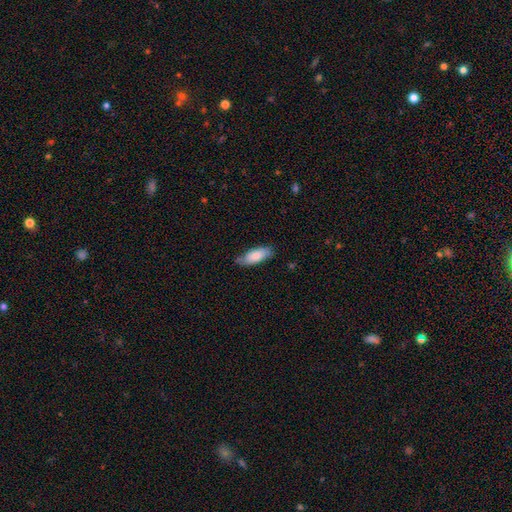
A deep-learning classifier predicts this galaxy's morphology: type=smooth (78%); roundness=in between (73%); merging=none (73%).